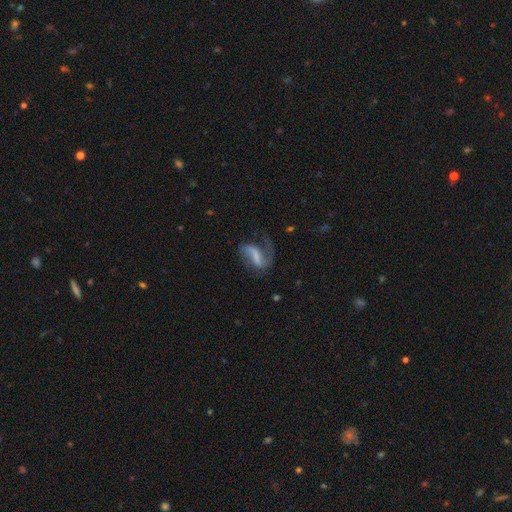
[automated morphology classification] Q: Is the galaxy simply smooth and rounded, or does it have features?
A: featured or disk — 69%.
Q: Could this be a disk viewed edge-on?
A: no — 96%.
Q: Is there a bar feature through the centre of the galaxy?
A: strong — 45%.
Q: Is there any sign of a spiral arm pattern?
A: yes — 87%.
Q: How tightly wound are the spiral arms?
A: loose — 63%.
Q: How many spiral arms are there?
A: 2 — 66%.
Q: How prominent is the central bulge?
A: none — 56%.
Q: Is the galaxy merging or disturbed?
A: none — 43%.